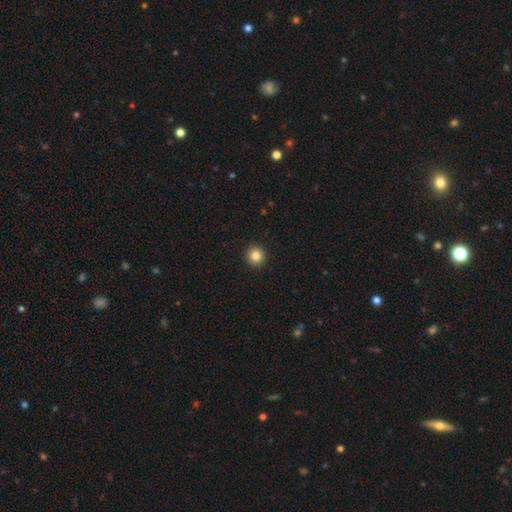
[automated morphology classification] type=smooth (85%); roundness=round (95%); merging=none (93%).